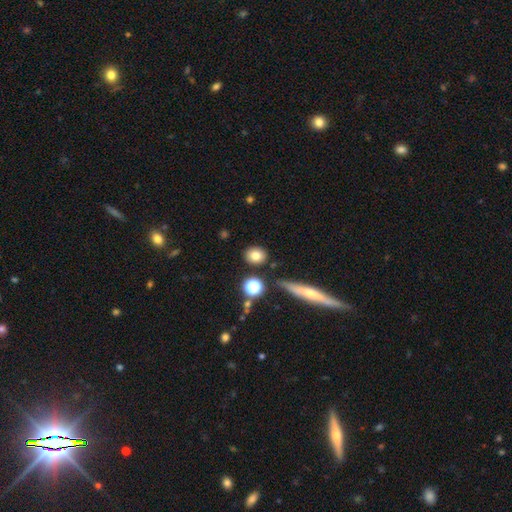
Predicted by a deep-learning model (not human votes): The model was most divided on "how rounded": round: 65%, in between: 32%, cigar-shaped: 3%. More confident: merging — none (85%); smooth or featured — smooth (79%).